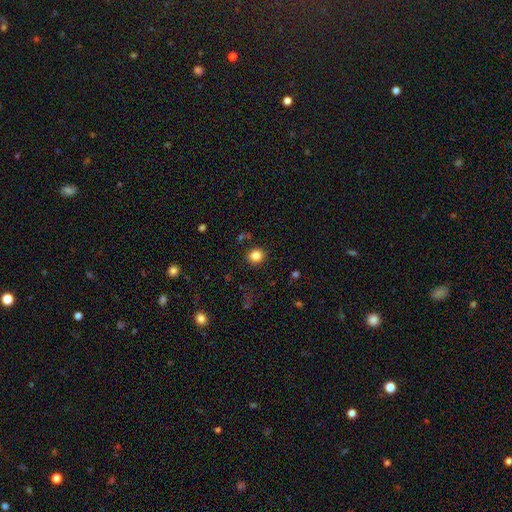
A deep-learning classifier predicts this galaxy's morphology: A smooth galaxy with no disk features (83%) that is round (80%).

Vote fractions:
- Smooth or featured? smooth: 83% / star or artifact: 11% / featured or disk: 5%
- How rounded? round: 80% / in between: 19% / cigar-shaped: 1%
- Merging? none: 88% / minor disturbance: 8% / major disturbance: 2% / merger: 2%